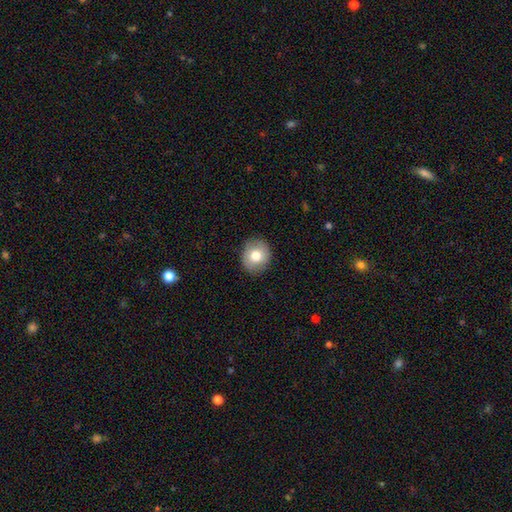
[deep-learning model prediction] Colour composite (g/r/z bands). It shows a smooth galaxy with no disk features (75%) that is round (71%). Merging: none (87%).